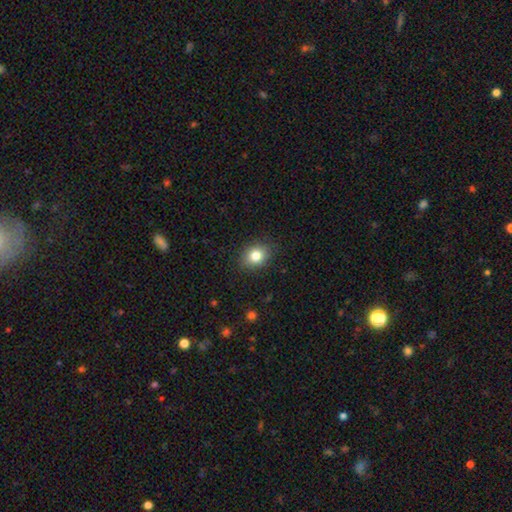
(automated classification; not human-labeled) Smooth or featured? smooth (81%)
How rounded? round (53%)
Merging? none (88%)